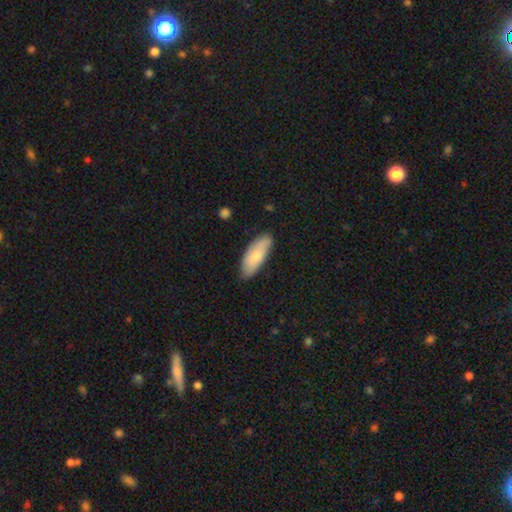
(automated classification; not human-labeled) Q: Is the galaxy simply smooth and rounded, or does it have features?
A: smooth — 76%.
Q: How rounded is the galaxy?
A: in between — 76%.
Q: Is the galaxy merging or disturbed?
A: none — 78%.